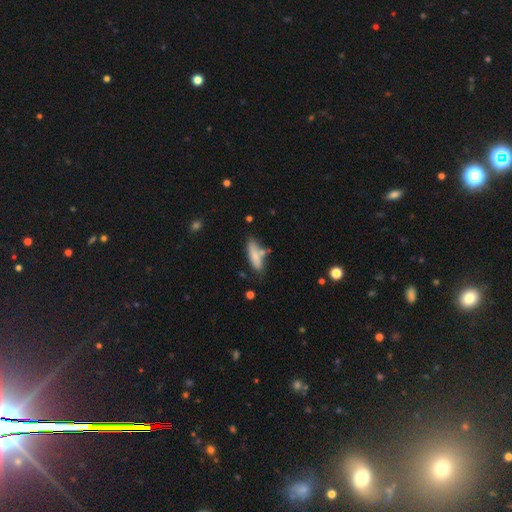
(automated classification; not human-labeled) Q: Smooth or featured?
A: smooth (78%); runner-up: featured or disk (14%)
Q: How rounded?
A: in between (49%); tied with: cigar-shaped (49%)
Q: Merging?
A: none (62%); runner-up: minor disturbance (22%)